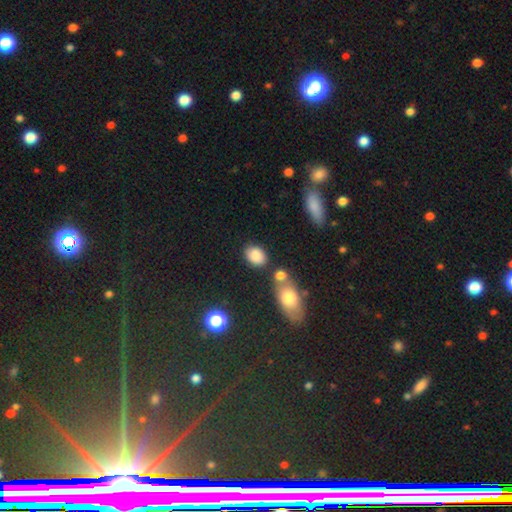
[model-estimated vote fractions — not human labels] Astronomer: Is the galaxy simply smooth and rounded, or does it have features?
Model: smooth — 84%.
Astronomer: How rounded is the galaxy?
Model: in between — 74%.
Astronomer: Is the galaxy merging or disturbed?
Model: none — 70%.